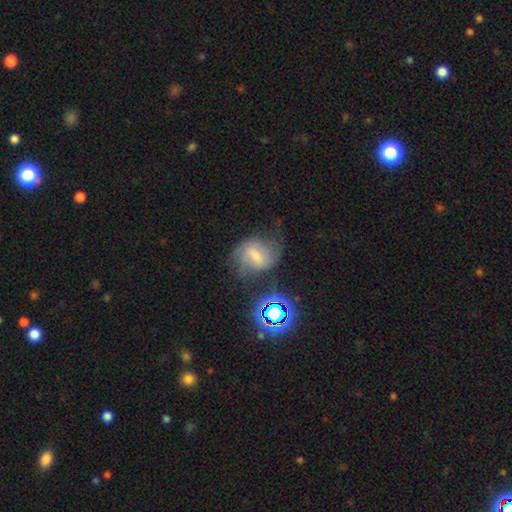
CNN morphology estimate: smooth_or_featured: featured or disk (p=0.50) [alt: smooth p=0.32]
merging: none (p=0.51) [alt: minor disturbance p=0.25]